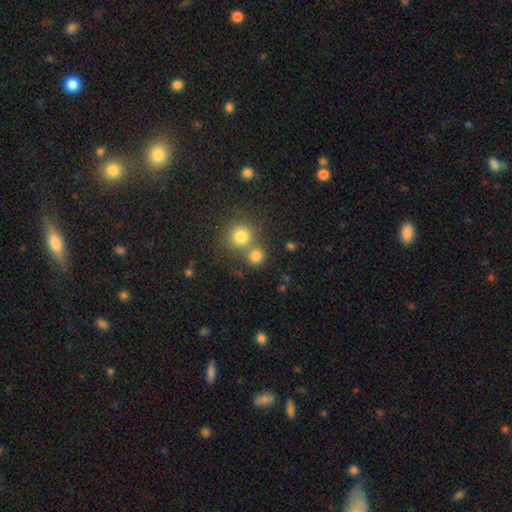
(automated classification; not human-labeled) Morphology: type=smooth (79%); roundness=round (88%); merging=none (53%).